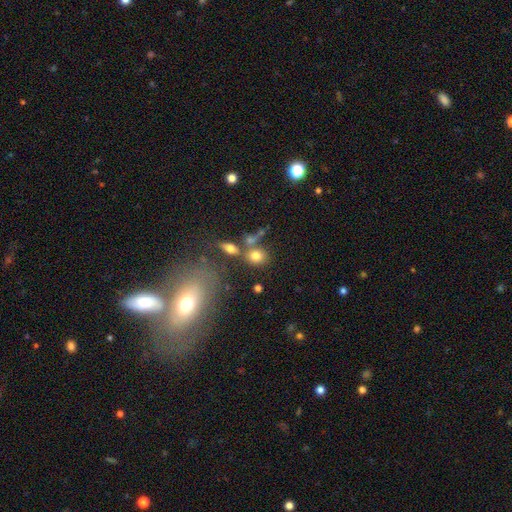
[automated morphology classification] This is likely a smooth galaxy (74%). How rounded: likely round (60%). Merging: possibly none (58%).